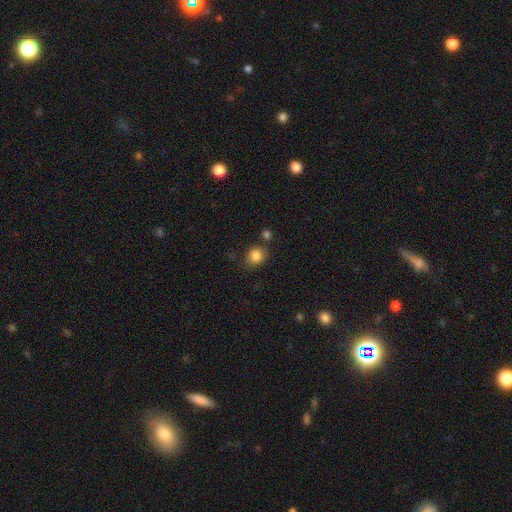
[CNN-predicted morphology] This is clearly a smooth galaxy (85%). How rounded: likely round (75%). Merging: likely none (72%).